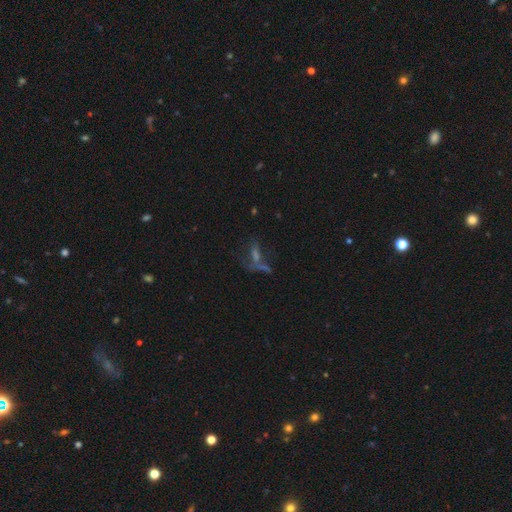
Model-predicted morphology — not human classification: This appears to be a featured or disk galaxy (36%). Merging: none (38%).